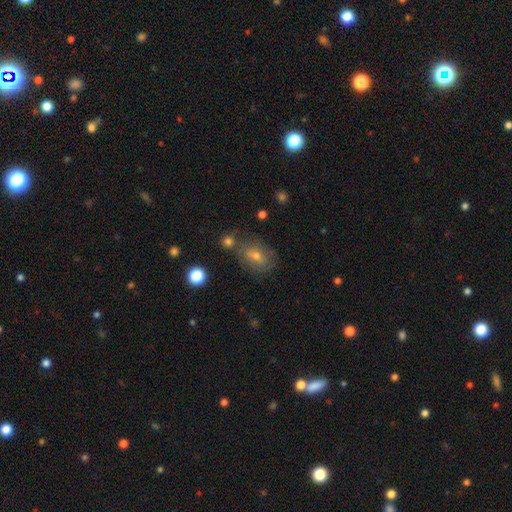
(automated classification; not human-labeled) This appears to be a smooth galaxy with no disk features (50%). Merging: none (65%).